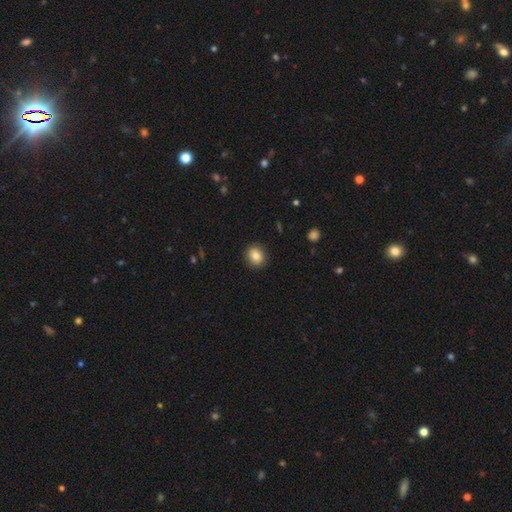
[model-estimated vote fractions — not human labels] Smooth or featured? smooth (84%)
How rounded? round (70%)
Merging? none (90%)